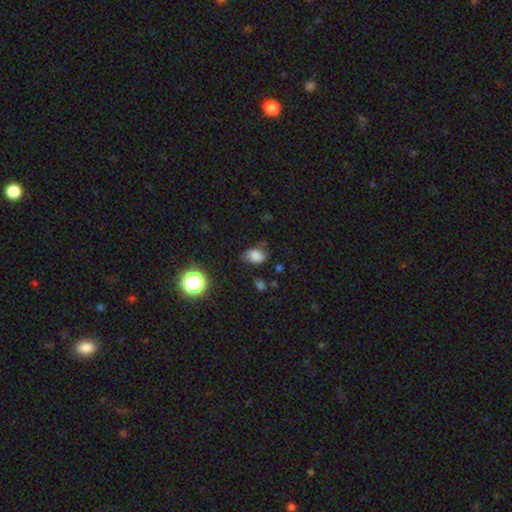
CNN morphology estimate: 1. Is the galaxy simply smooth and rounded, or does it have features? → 80% smooth, 13% star or artifact, 7% featured or disk.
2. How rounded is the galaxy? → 75% in between, 23% round, 1% cigar-shaped.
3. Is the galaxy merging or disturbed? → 65% none, 25% minor disturbance, 7% major disturbance, 3% merger.